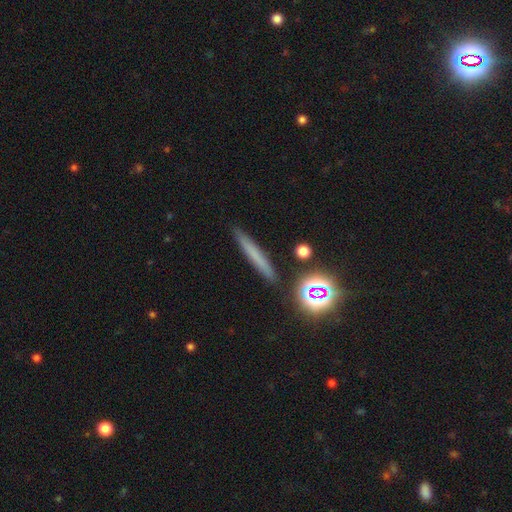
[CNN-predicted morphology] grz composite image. It shows a smooth galaxy with no disk features (59%) that is cigar-shaped (93%). Merging: none (89%).